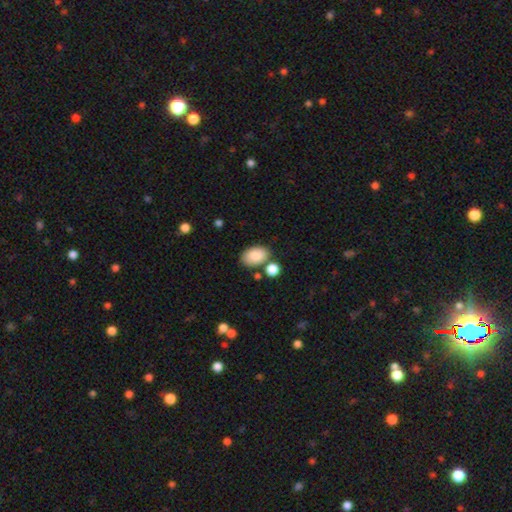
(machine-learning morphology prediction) The model was most divided on "merging": none: 70%, minor disturbance: 13%, merger: 13%, major disturbance: 4%. More confident: how rounded — in between (90%); smooth or featured — smooth (86%).